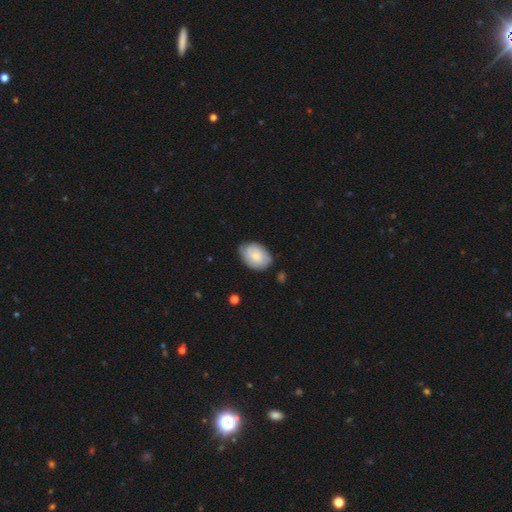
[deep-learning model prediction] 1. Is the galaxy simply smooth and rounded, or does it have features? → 66% smooth, 28% featured or disk, 6% star or artifact.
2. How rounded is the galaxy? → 81% in between, 18% round, 1% cigar-shaped.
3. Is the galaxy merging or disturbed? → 70% none, 24% minor disturbance, 4% major disturbance, 2% merger.